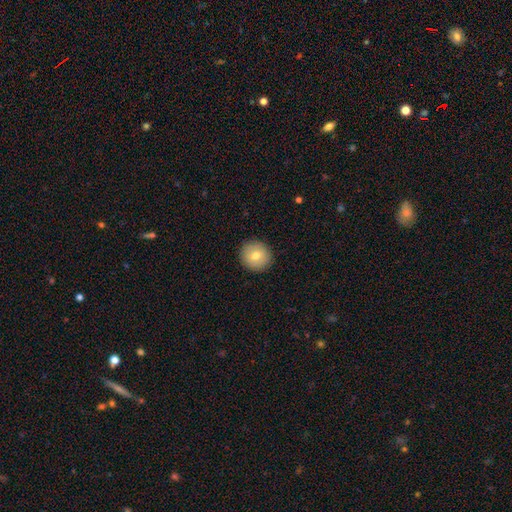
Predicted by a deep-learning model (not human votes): This appears to be a smooth galaxy with no disk features (73%) that is round (91%). Merging: none (91%).